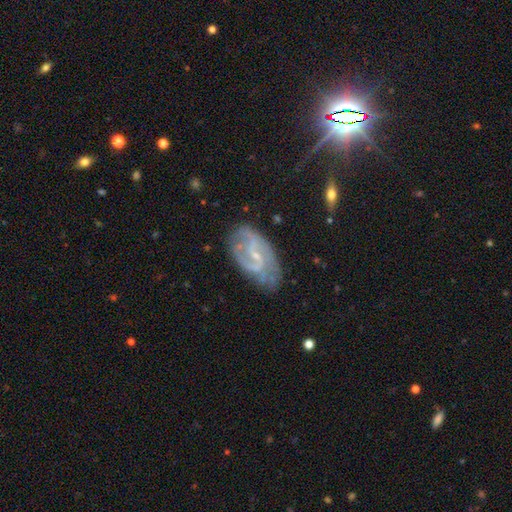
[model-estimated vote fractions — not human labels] smooth_or_featured: featured or disk (p=0.81) [alt: smooth p=0.11]
disk_edge_on: no (p=0.95) [alt: yes p=0.05]
bar: weak (p=0.53) [alt: no p=0.23]
has_spiral_arms: yes (p=0.89) [alt: no p=0.11]
spiral_winding: medium (p=0.45) [alt: tight p=0.32]
spiral_arm_count: 2 (p=0.65) [alt: can't tell p=0.19]
bulge_size: small (p=0.73) [alt: moderate p=0.18]
merging: none (p=0.68) [alt: minor disturbance p=0.22]